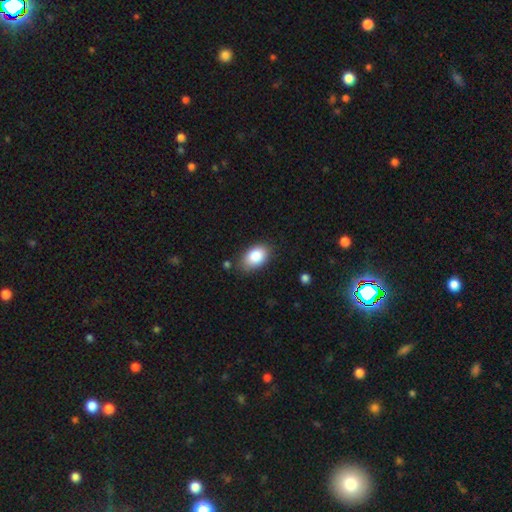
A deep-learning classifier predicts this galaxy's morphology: This appears to be a smooth galaxy with no disk features (85%) that is in between round and cigar-shaped (90%). Merging: none (80%).